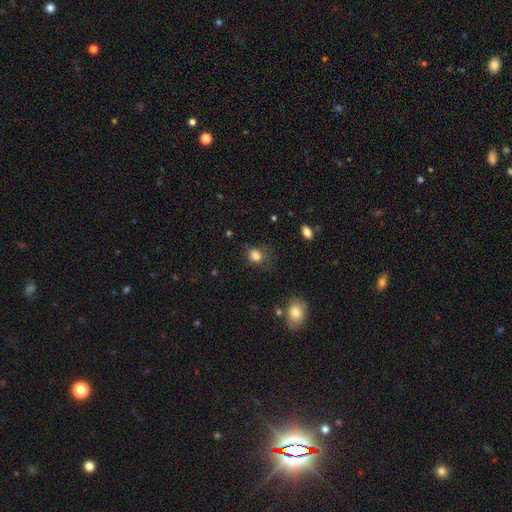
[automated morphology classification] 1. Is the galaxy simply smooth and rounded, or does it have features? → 82% smooth, 12% star or artifact, 6% featured or disk.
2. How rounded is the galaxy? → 60% round, 39% in between, 1% cigar-shaped.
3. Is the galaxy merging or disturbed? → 57% none, 26% minor disturbance, 14% major disturbance, 3% merger.